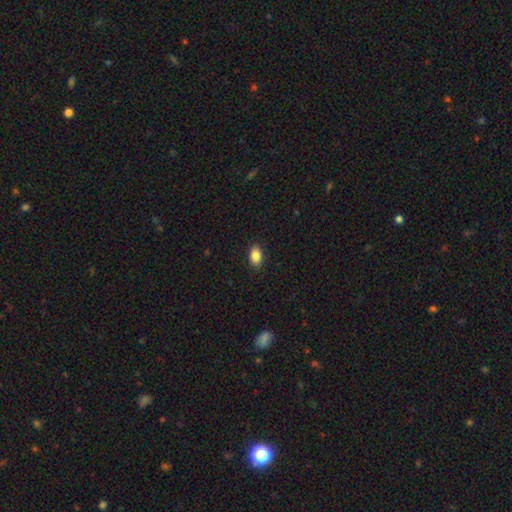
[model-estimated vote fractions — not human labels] smooth-or-featured: smooth: 87% | star or artifact: 8% | featured or disk: 5%
  how-rounded: in between: 88% | round: 10% | cigar-shaped: 2%
  merging: none: 90% | minor disturbance: 8% | major disturbance: 2% | merger: 1%